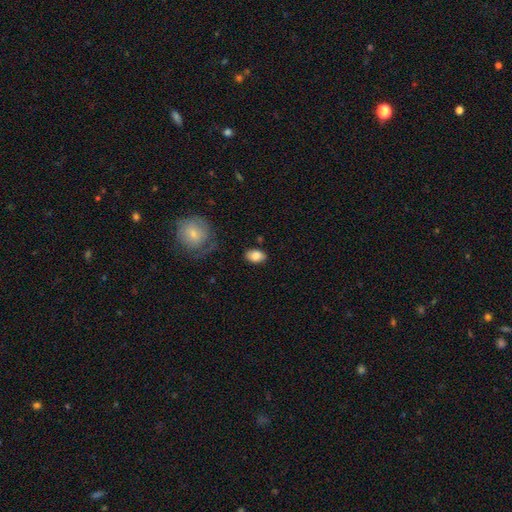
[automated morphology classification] smooth_or_featured: smooth (p=0.82) [alt: featured or disk p=0.11]
how_rounded: in between (p=0.86) [alt: round p=0.13]
merging: none (p=0.82) [alt: minor disturbance p=0.12]